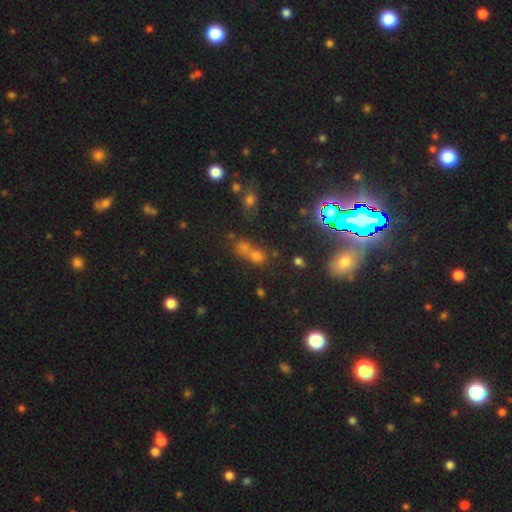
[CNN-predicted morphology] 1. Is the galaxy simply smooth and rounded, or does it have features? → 48% smooth, 40% star or artifact, 12% featured or disk.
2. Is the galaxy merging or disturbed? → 47% merger, 40% none, 8% minor disturbance, 5% major disturbance.